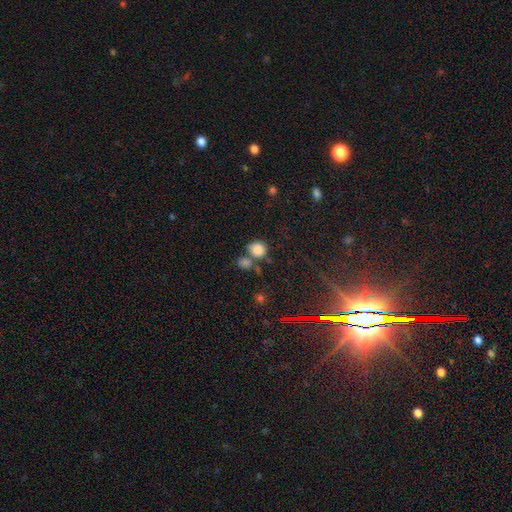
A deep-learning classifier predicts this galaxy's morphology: smooth_or_featured: star or artifact (p=0.59) [alt: smooth p=0.29]